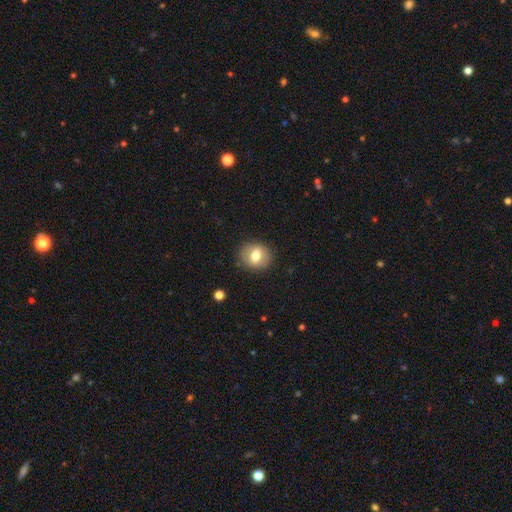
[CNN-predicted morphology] This is likely a smooth galaxy (68%). How rounded: likely round (69%). Merging: clearly none (86%).